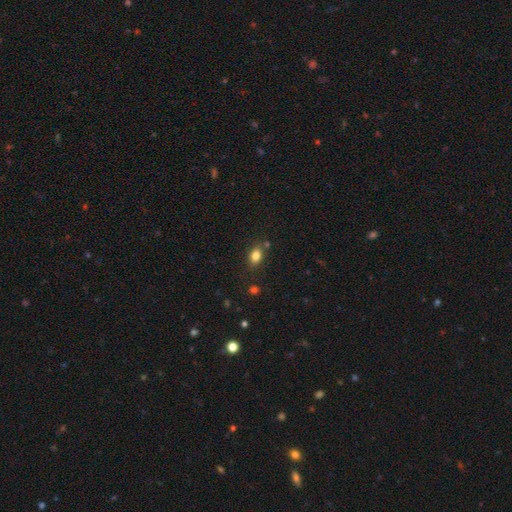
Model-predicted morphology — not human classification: A smooth galaxy with no disk features (82%) that is in between round and cigar-shaped (77%). Merging: none (78%).